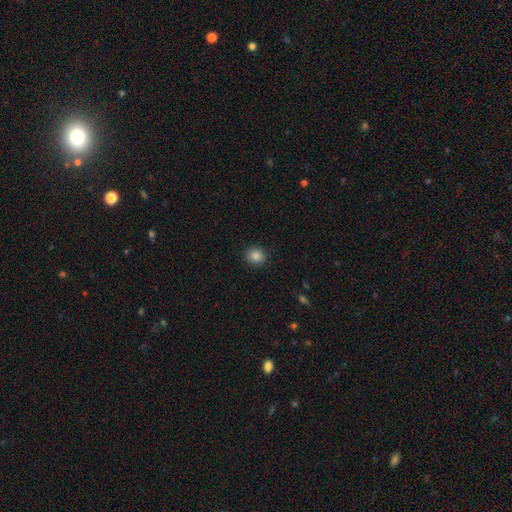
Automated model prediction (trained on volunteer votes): Smooth or featured? smooth (86%)
How rounded? round (82%)
Merging? none (90%)